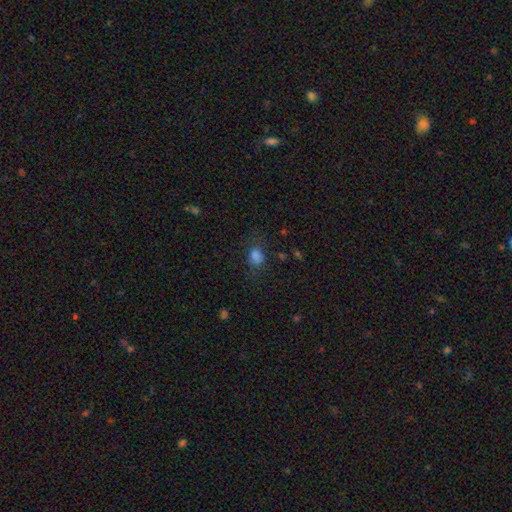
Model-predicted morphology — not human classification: smooth 76%, star or artifact 17%, featured or disk 8%. Down the decision tree: how rounded — in between (60%); merging — none (64%).